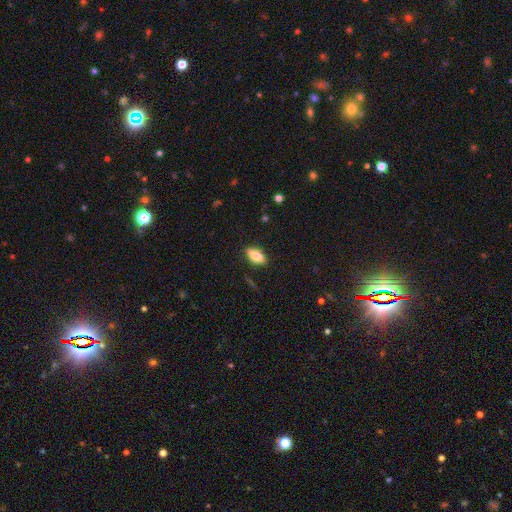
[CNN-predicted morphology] Smooth or featured: smooth — 66% (featured or disk — 27%)
How rounded: in between — 82% (cigar-shaped — 13%)
Merging: none — 86% (minor disturbance — 10%)